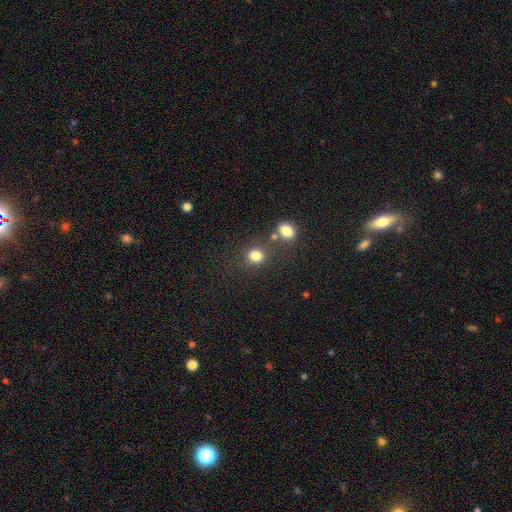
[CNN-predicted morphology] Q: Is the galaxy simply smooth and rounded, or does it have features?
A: smooth — 81%.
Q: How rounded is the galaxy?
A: round — 79%.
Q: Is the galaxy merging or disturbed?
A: none — 69%.